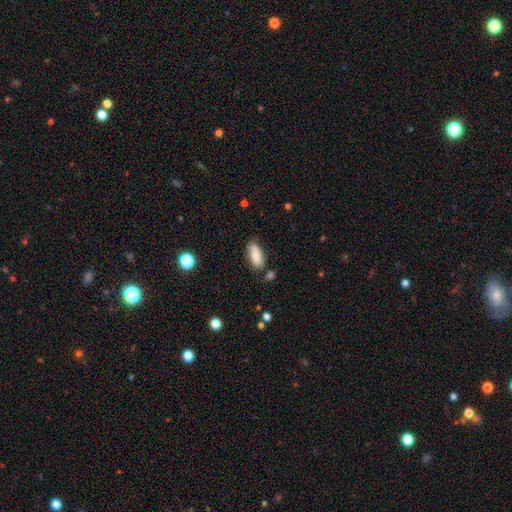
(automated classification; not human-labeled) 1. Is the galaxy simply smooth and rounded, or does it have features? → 69% smooth, 24% featured or disk, 7% star or artifact.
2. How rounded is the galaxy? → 81% in between, 16% cigar-shaped, 3% round.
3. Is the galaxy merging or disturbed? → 72% none, 19% minor disturbance, 5% merger, 4% major disturbance.